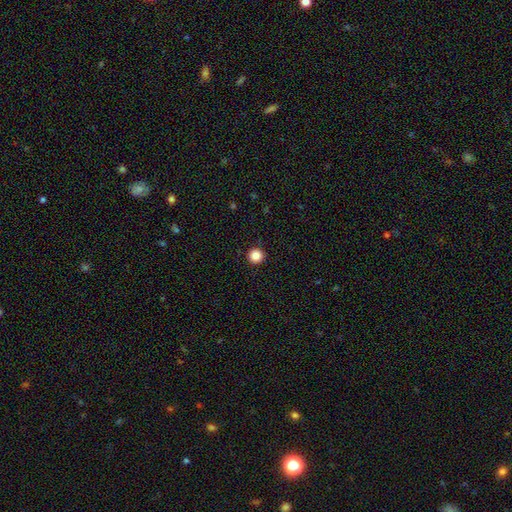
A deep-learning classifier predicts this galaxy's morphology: Smooth or featured: smooth — 86% (star or artifact — 11%)
How rounded: round — 97% (in between — 3%)
Merging: none — 94% (minor disturbance — 4%)